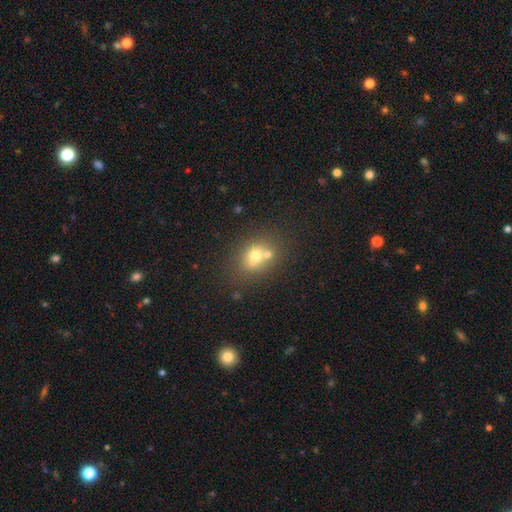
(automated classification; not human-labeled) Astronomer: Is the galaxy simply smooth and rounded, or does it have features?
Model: smooth — 63%.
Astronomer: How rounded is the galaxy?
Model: round — 52% (runner-up: in between, 46%).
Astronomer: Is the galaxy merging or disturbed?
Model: none — 48% (runner-up: merger, 36%).